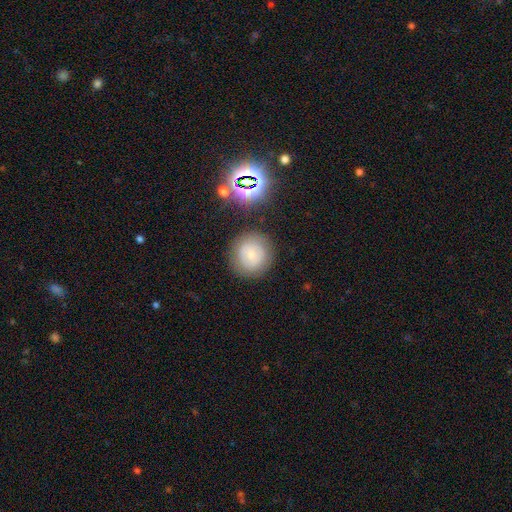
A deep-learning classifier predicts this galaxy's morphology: Smooth or featured?
  - smooth: 70% *
  - featured or disk: 19%
  - star or artifact: 12%
How rounded?
  - round: 92% *
  - in between: 7%
  - cigar-shaped: 1%
Merging?
  - none: 82% *
  - minor disturbance: 11%
  - merger: 4%
  - major disturbance: 4%